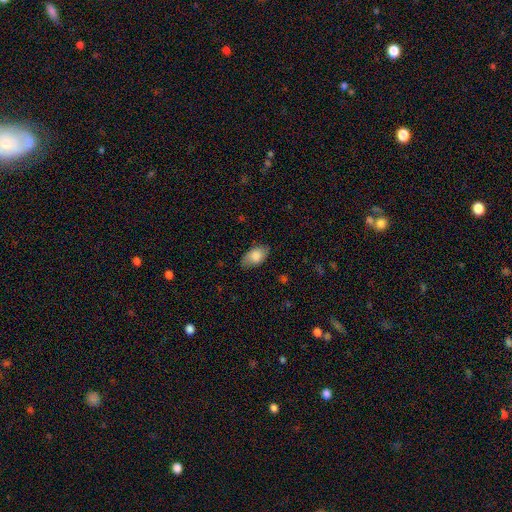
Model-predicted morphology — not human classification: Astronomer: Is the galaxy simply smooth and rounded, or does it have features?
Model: smooth — 83%.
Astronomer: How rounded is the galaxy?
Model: in between — 92%.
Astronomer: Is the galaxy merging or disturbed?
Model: none — 78%.